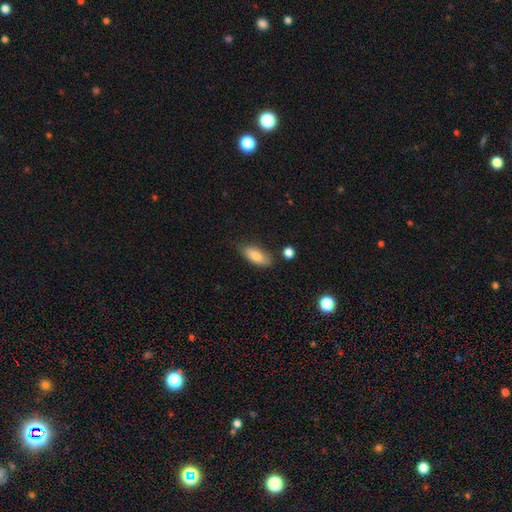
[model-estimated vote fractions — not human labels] smooth-or-featured: smooth: 80% | featured or disk: 12% | star or artifact: 7%
  how-rounded: in between: 82% | cigar-shaped: 15% | round: 3%
  merging: none: 73% | minor disturbance: 20% | major disturbance: 4% | merger: 3%